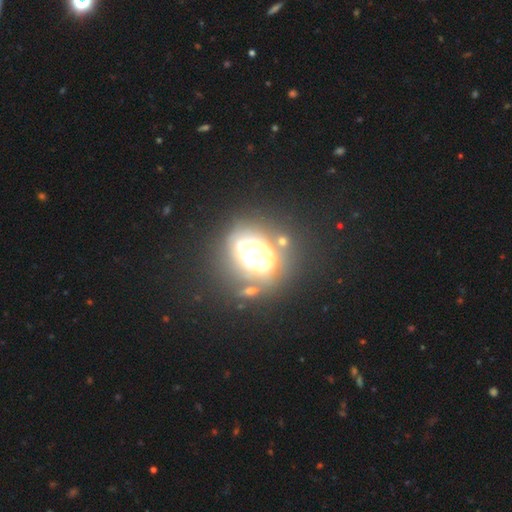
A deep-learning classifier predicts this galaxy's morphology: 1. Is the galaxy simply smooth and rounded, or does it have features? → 61% featured or disk, 23% smooth, 16% star or artifact.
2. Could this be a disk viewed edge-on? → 90% no, 10% yes.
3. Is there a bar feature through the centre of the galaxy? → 73% no, 14% strong, 12% weak.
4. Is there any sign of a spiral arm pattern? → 51% yes, 49% no.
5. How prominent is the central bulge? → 45% dominant, 43% large, 6% moderate, 4% none, 3% small.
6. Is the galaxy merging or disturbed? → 46% none, 22% minor disturbance, 21% major disturbance, 11% merger.